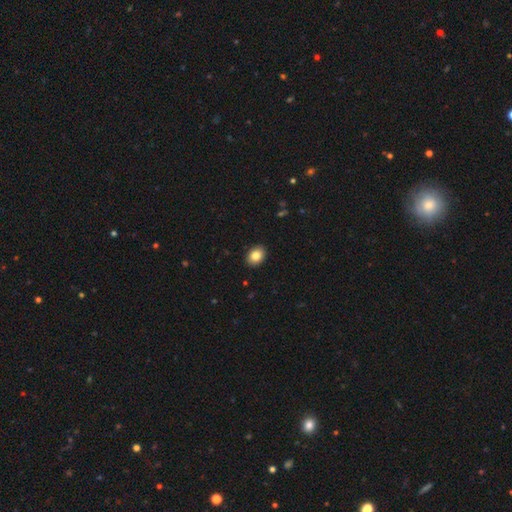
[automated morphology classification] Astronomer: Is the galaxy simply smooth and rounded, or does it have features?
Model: smooth — 84%.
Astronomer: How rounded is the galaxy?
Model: in between — 67%.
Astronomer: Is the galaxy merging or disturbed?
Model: none — 91%.